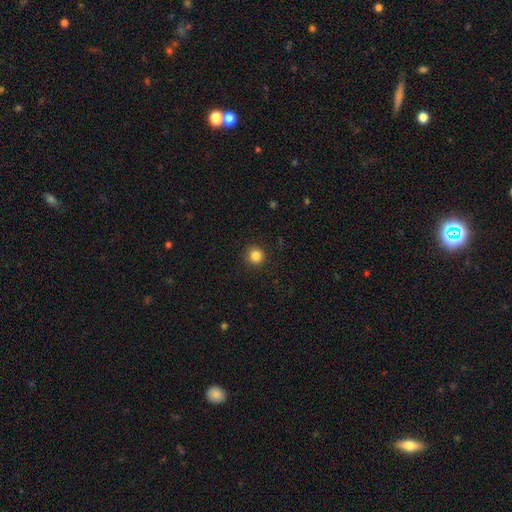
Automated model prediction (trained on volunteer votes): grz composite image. It shows a smooth galaxy with no disk features (84%) that is round (94%). Merging: none (92%).